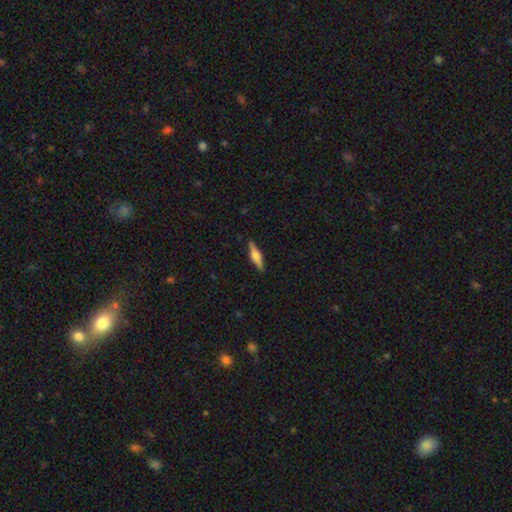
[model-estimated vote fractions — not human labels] The model was most divided on "smooth or featured": featured or disk: 55%, smooth: 39%, star or artifact: 6%. More confident: edge-on disk — yes (96%); merging — none (89%); edge-on bulge — rounded (89%).